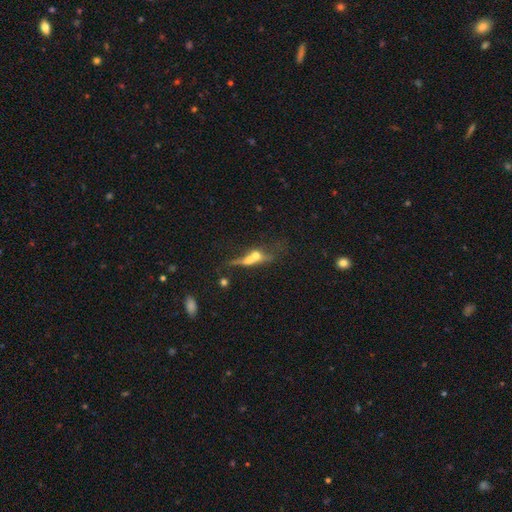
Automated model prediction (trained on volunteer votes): Smooth or featured? Predicted: featured or disk (p=0.50). Merging? Predicted: merger (p=0.52).